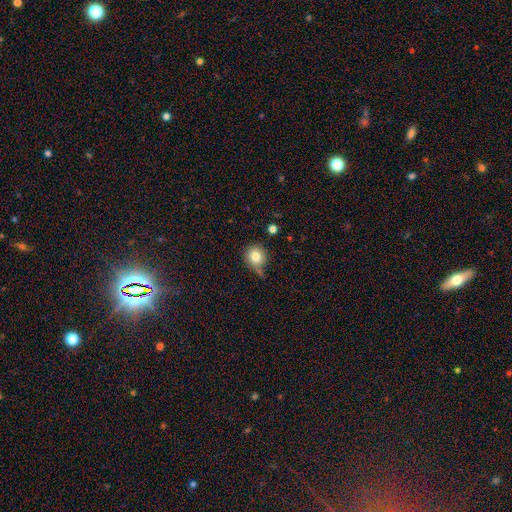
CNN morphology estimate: A smooth galaxy with no disk features (80%) that is round (88%).

Vote fractions:
- Smooth or featured? smooth: 80% / featured or disk: 10% / star or artifact: 10%
- How rounded? round: 88% / in between: 11% / cigar-shaped: 1%
- Merging? none: 58% / minor disturbance: 24% / major disturbance: 10% / merger: 8%